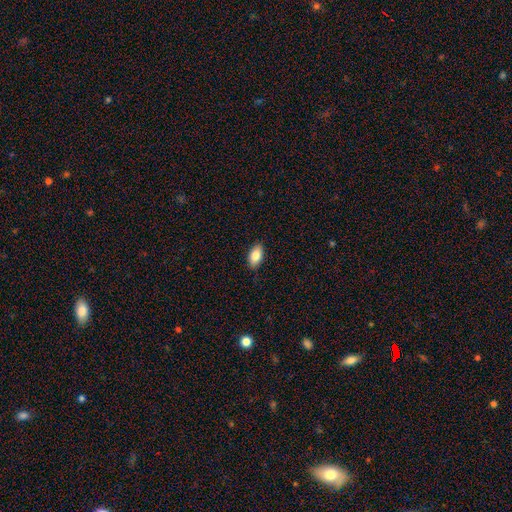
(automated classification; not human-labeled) smooth 84%, featured or disk 9%, star or artifact 7%. Down the decision tree: how rounded — in between (93%); merging — none (88%).